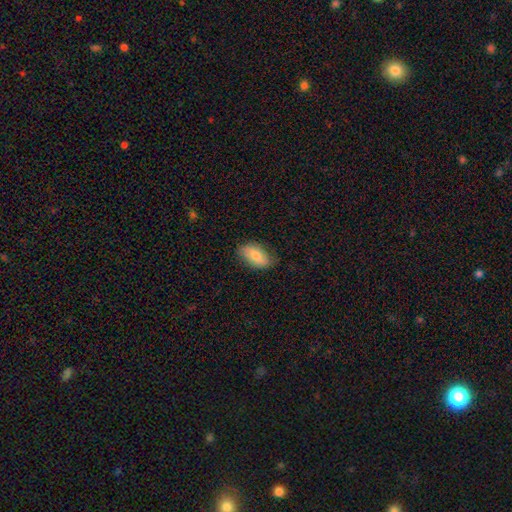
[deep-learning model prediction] smooth 75%, featured or disk 19%, star or artifact 6%. Down the decision tree: how rounded — in between (93%); merging — none (76%).